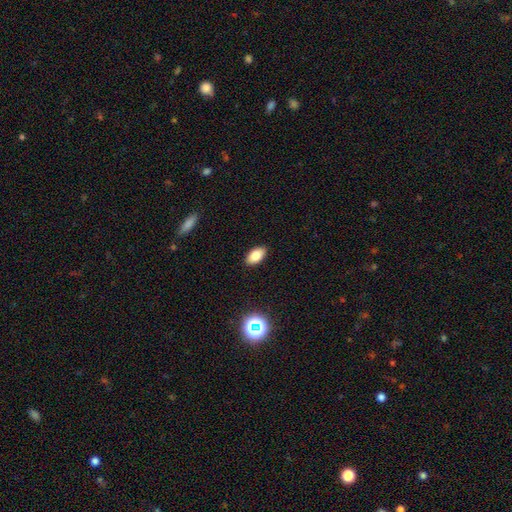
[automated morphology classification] The model was most divided on "smooth or featured": smooth: 81%, star or artifact: 10%, featured or disk: 10%. More confident: how rounded — in between (92%); merging — none (89%).